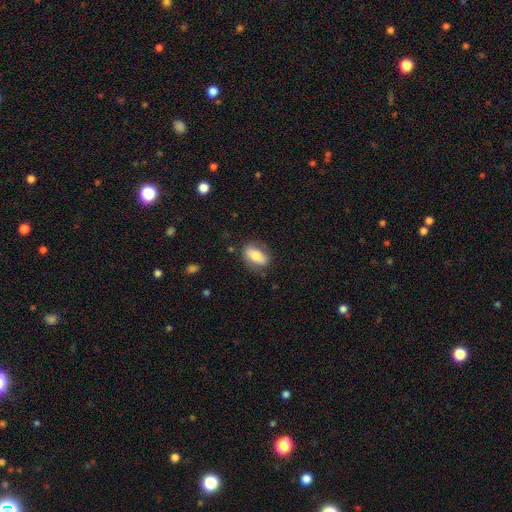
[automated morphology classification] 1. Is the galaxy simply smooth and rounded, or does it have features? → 71% smooth, 22% featured or disk, 7% star or artifact.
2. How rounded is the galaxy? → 86% in between, 9% round, 5% cigar-shaped.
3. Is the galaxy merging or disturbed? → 78% none, 16% minor disturbance, 5% major disturbance, 2% merger.